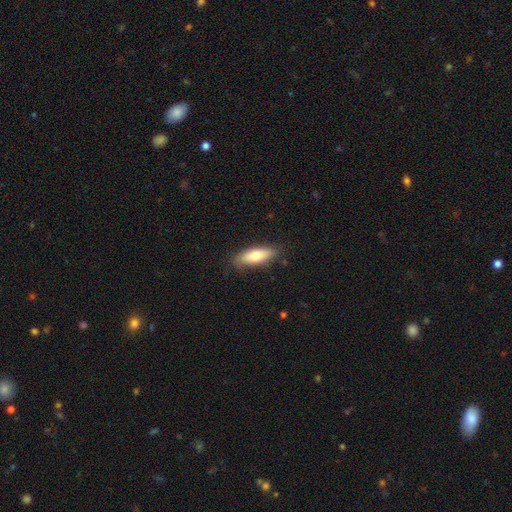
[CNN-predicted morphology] smooth_or_featured: smooth (p=0.71) [alt: featured or disk p=0.23]
how_rounded: in between (p=0.59) [alt: cigar-shaped p=0.39]
merging: none (p=0.78) [alt: minor disturbance p=0.17]